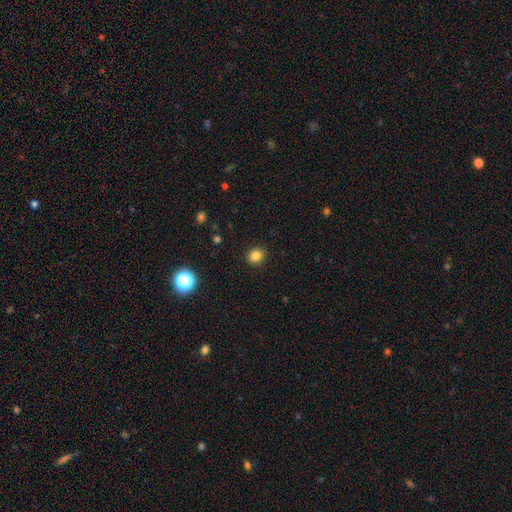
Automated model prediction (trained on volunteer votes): This is clearly a smooth galaxy (82%). How rounded: likely round (78%). Merging: clearly none (91%).